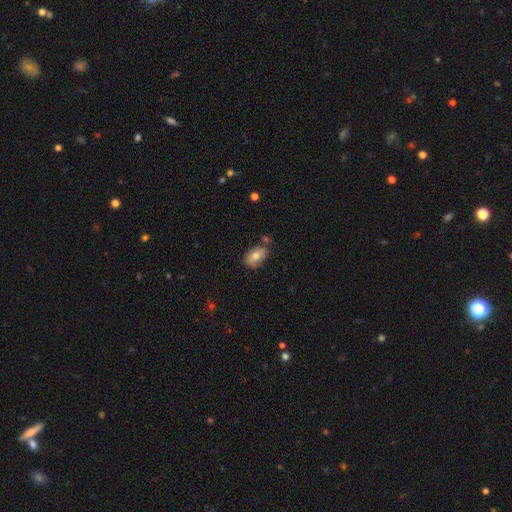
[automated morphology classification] Smooth or featured?
  - smooth: 74% *
  - featured or disk: 18%
  - star or artifact: 8%
How rounded?
  - in between: 87% *
  - round: 11%
  - cigar-shaped: 2%
Merging?
  - none: 72% *
  - minor disturbance: 18%
  - merger: 7%
  - major disturbance: 3%